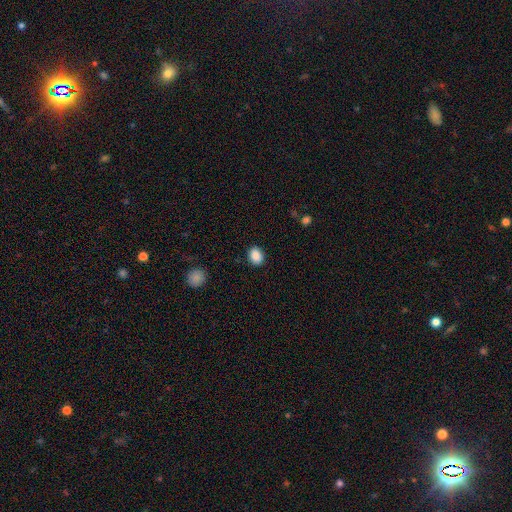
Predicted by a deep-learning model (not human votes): smooth_or_featured: smooth (p=0.89) [alt: star or artifact p=0.08]
how_rounded: in between (p=0.60) [alt: round p=0.39]
merging: none (p=0.88) [alt: minor disturbance p=0.08]